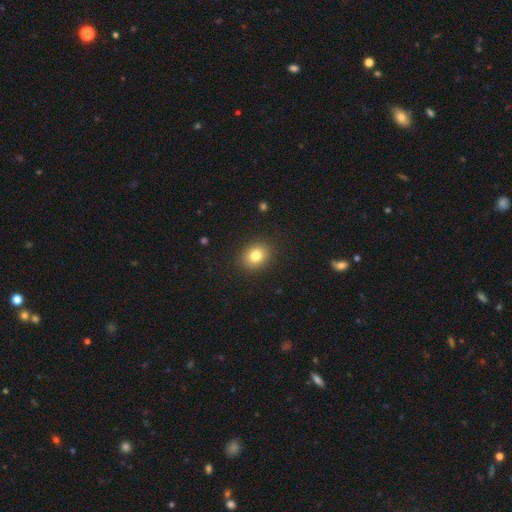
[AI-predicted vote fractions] This appears to be a smooth galaxy with no disk features (81%) that is round (61%). Merging: none (89%).